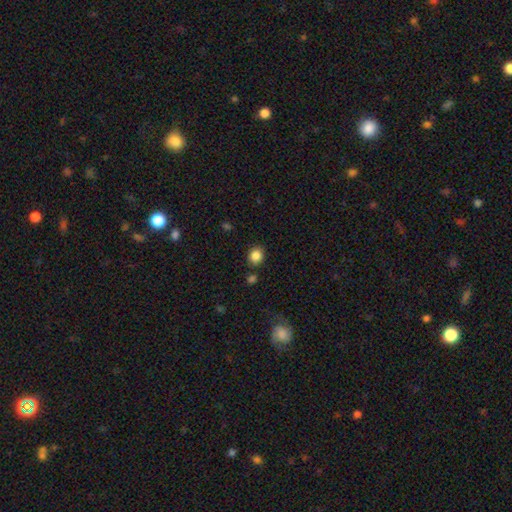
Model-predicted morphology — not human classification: A smooth galaxy with no disk features (85%) that is round (65%).

Vote fractions:
- Smooth or featured? smooth: 85% / star or artifact: 10% / featured or disk: 5%
- How rounded? round: 65% / in between: 34% / cigar-shaped: 1%
- Merging? none: 83% / minor disturbance: 10% / merger: 4% / major disturbance: 3%